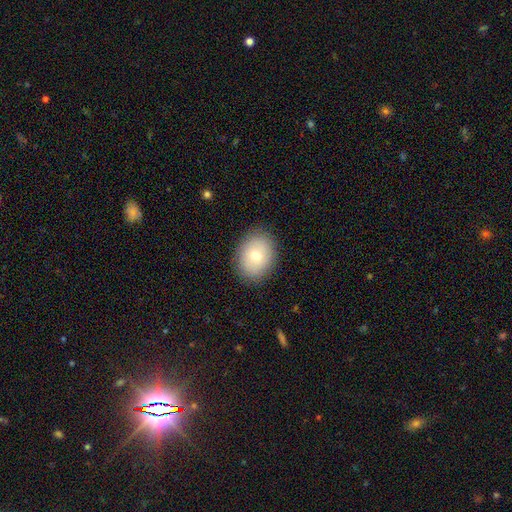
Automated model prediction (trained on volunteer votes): Morphology: type=smooth (74%); roundness=in between (61%); merging=none (87%).